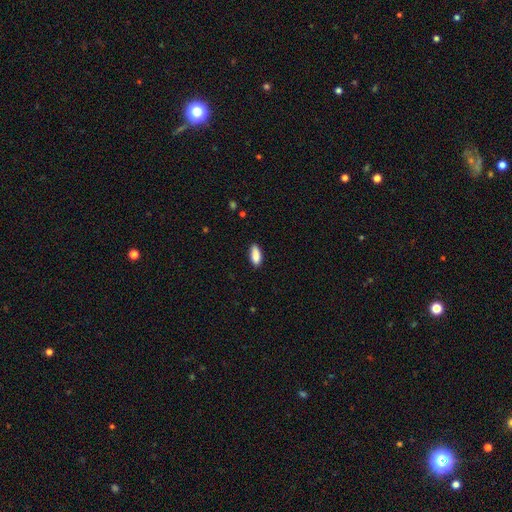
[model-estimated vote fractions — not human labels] smooth_or_featured: smooth (p=0.88) [alt: star or artifact p=0.07]
how_rounded: in between (p=0.80) [alt: cigar-shaped p=0.18]
merging: none (p=0.80) [alt: minor disturbance p=0.16]